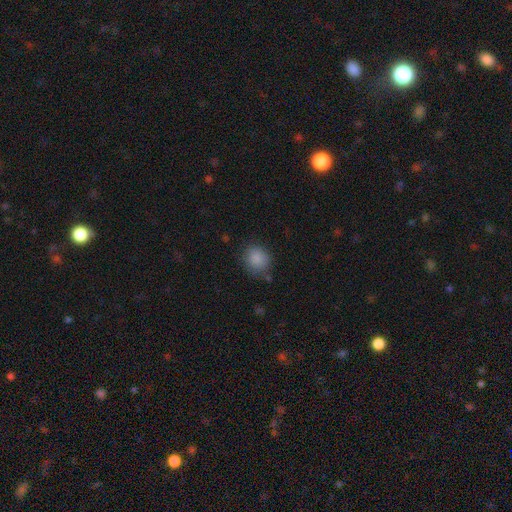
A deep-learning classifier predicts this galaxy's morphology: smooth-or-featured: smooth: 84% | star or artifact: 12% | featured or disk: 4%
  how-rounded: round: 80% | in between: 19% | cigar-shaped: 1%
  merging: none: 81% | minor disturbance: 13% | major disturbance: 4% | merger: 2%